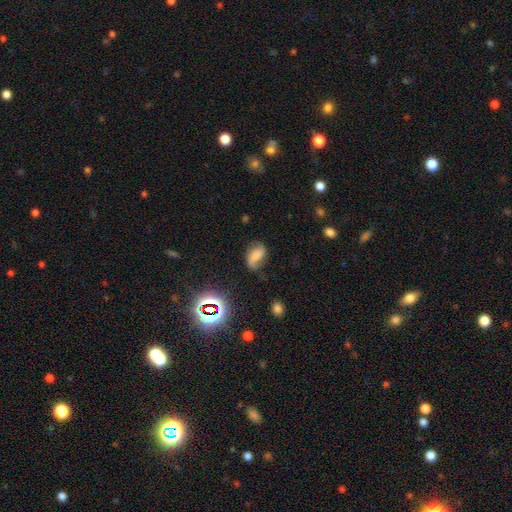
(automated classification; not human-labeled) smooth-or-featured: featured or disk: 42% (tied) | smooth: 42% (tied) | star or artifact: 16%
  merging: none: 53% | minor disturbance: 29% | major disturbance: 15% | merger: 3%